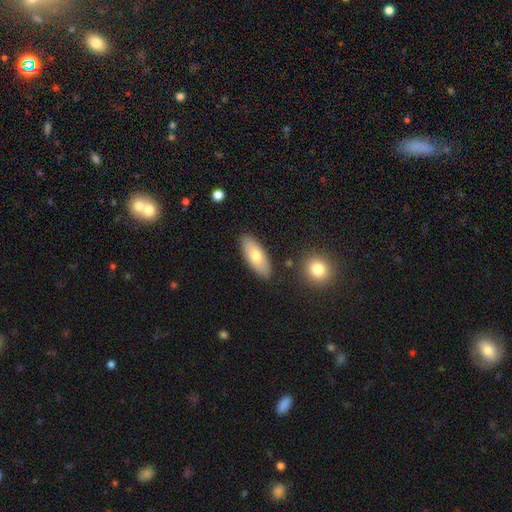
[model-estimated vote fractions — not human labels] Q: Smooth or featured?
A: smooth (73%); runner-up: featured or disk (21%)
Q: How rounded?
A: in between (81%); runner-up: cigar-shaped (17%)
Q: Merging?
A: none (85%); runner-up: minor disturbance (10%)